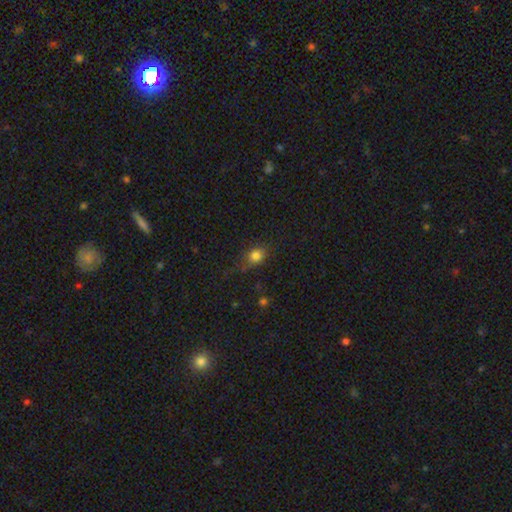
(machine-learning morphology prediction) Smooth or featured: smooth — 80% (star or artifact — 13%)
How rounded: round — 58% (in between — 40%)
Merging: none — 70% (minor disturbance — 20%)